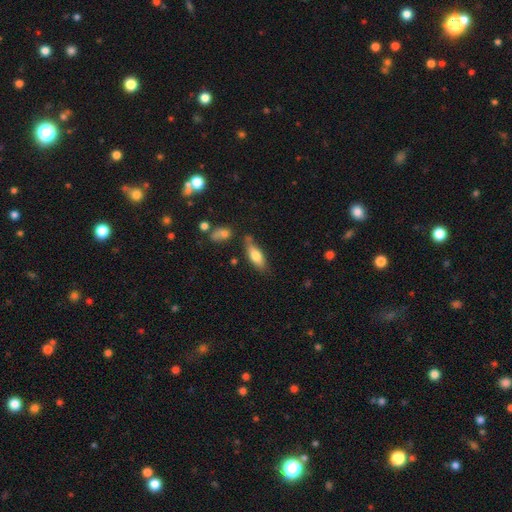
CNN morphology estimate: A smooth galaxy with no disk features (73%) that is in between round and cigar-shaped (66%).

Vote fractions:
- Smooth or featured? smooth: 73% / featured or disk: 20% / star or artifact: 7%
- How rounded? in between: 66% / cigar-shaped: 31% / round: 2%
- Merging? none: 66% / minor disturbance: 19% / merger: 10% / major disturbance: 5%